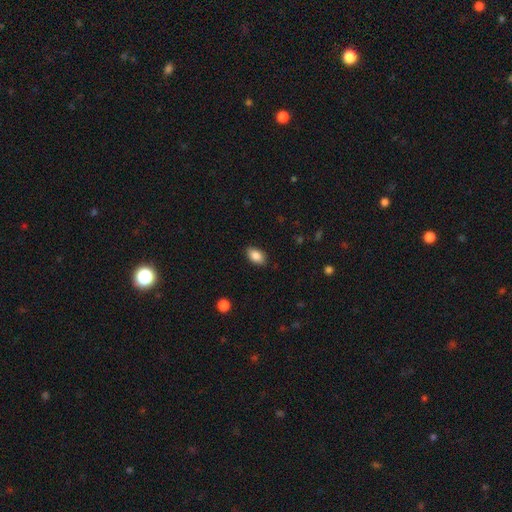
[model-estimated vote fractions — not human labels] Smooth or featured: smooth — 85% (star or artifact — 8%)
How rounded: in between — 91% (round — 7%)
Merging: none — 87% (minor disturbance — 10%)